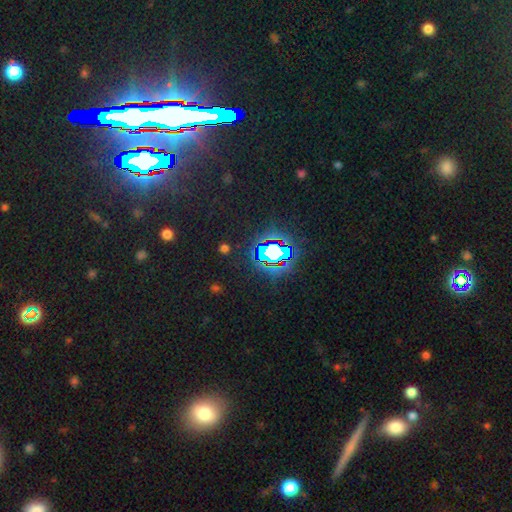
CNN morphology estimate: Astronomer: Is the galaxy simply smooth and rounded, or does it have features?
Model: star or artifact — 78%.